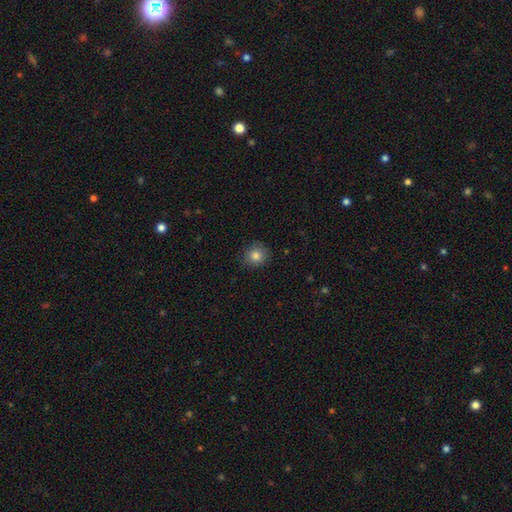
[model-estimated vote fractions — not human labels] Smooth or featured?
  - smooth: 83% *
  - star or artifact: 11%
  - featured or disk: 7%
How rounded?
  - round: 87% *
  - in between: 12%
  - cigar-shaped: 1%
Merging?
  - none: 87% *
  - minor disturbance: 10%
  - major disturbance: 2%
  - merger: 1%